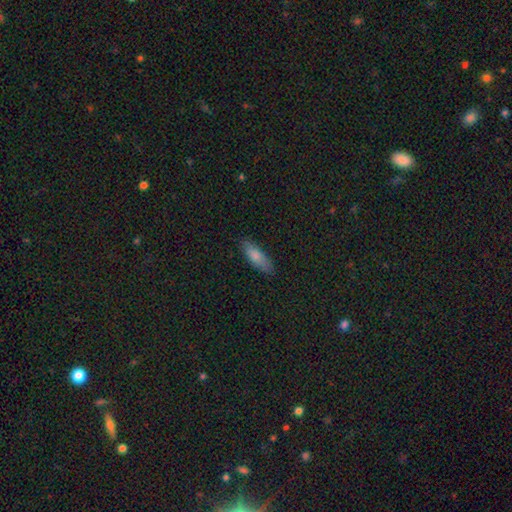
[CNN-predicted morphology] This is clearly a smooth galaxy (81%). How rounded: likely in between (60%). Merging: clearly none (83%).